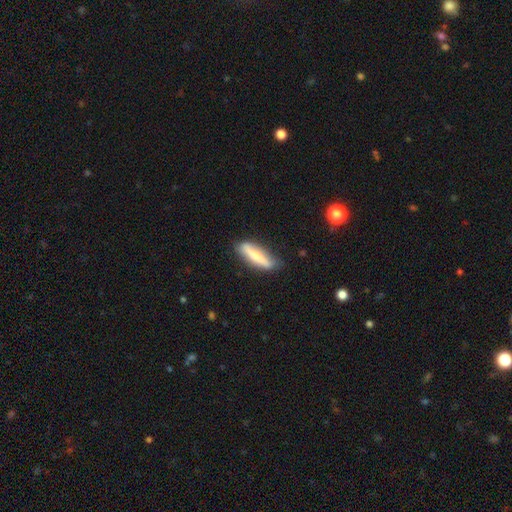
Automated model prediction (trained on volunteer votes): This is likely a smooth galaxy (62%). How rounded: likely cigar-shaped (74%). Merging: likely none (77%).